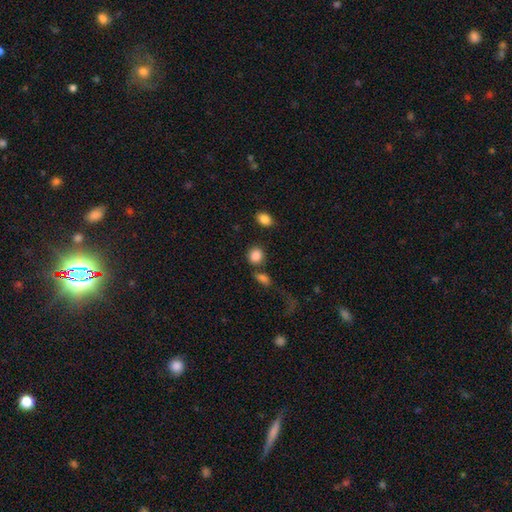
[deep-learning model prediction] This appears to be a smooth galaxy with no disk features (86%) that is round (73%). Merging: none (71%).